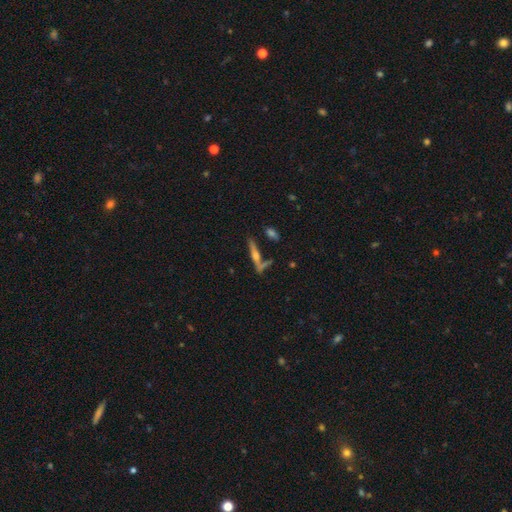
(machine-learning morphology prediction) This is likely a featured or disk galaxy (66%). It is clearly viewed edge-on (94%). Edge-on bulge: clearly rounded (86%). Merging: likely none (68%).